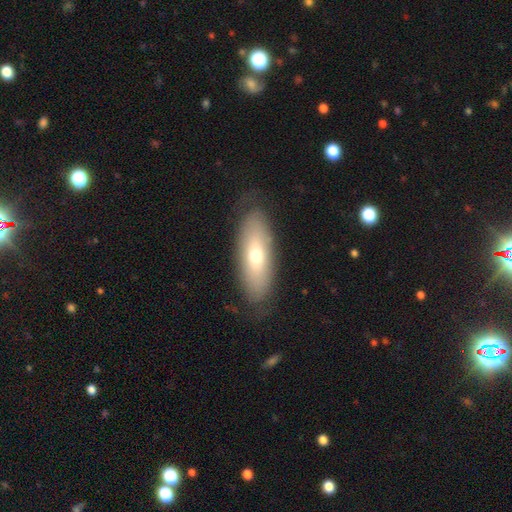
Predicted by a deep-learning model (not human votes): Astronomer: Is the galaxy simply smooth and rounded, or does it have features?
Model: smooth — 55% (runner-up: featured or disk, 38%).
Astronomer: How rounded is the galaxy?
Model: in between — 71%.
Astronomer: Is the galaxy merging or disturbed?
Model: none — 82%.